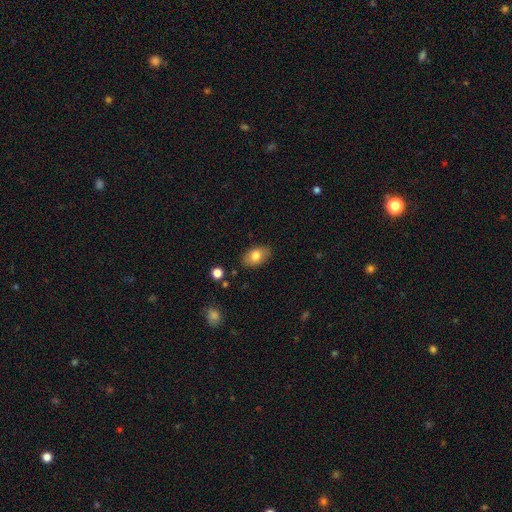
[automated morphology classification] A smooth galaxy with no disk features (79%) that is in between round and cigar-shaped (89%). Merging: none (85%).